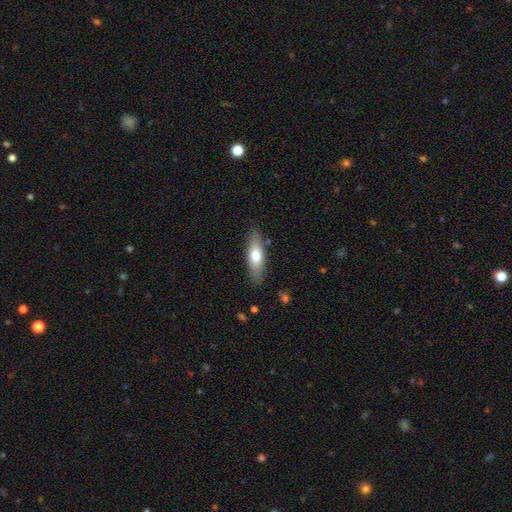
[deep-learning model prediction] smooth-or-featured: smooth: 66% | featured or disk: 28% | star or artifact: 6%
  how-rounded: in between: 52% | cigar-shaped: 46% | round: 2%
  merging: none: 84% | minor disturbance: 12% | major disturbance: 3% | merger: 2%